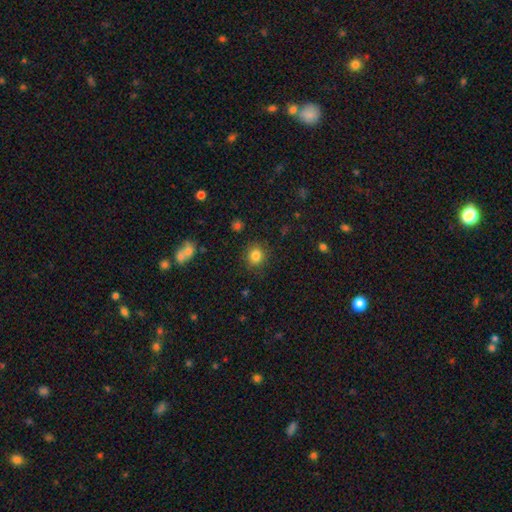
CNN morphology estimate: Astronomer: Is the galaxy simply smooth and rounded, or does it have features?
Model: smooth — 83%.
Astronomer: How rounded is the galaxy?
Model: round — 83%.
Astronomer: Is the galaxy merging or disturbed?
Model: none — 87%.